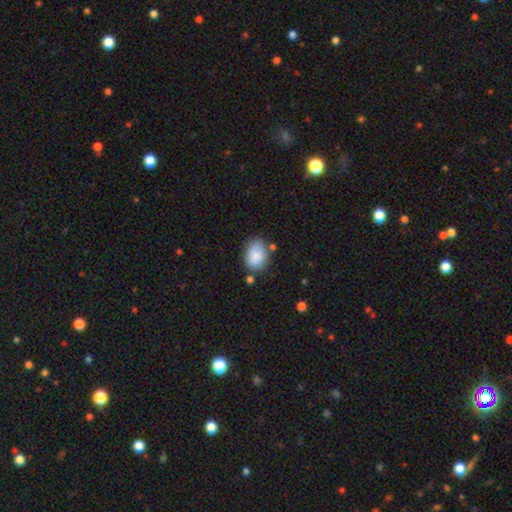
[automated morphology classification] Smooth or featured?
  - smooth: 86% *
  - star or artifact: 7%
  - featured or disk: 7%
How rounded?
  - in between: 80% *
  - round: 19%
  - cigar-shaped: 1%
Merging?
  - none: 68% *
  - minor disturbance: 19%
  - merger: 8%
  - major disturbance: 5%